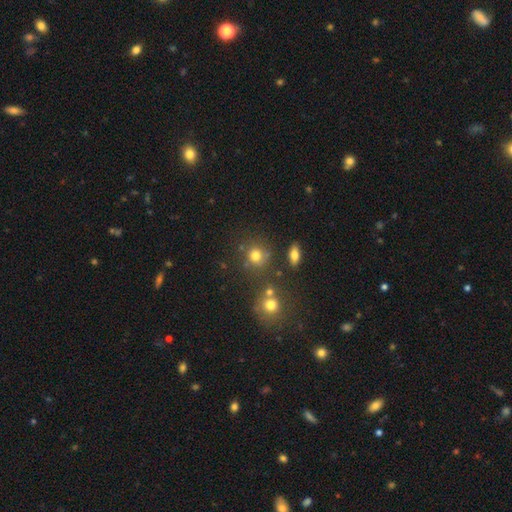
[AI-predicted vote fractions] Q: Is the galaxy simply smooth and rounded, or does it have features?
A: smooth — 75%.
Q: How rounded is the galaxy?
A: round — 85%.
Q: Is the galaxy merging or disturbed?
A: none — 70%.